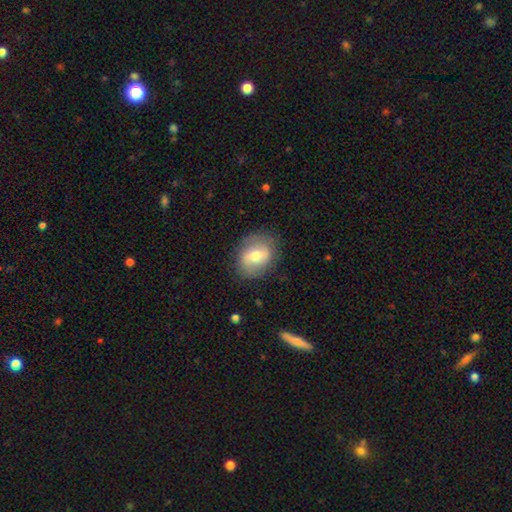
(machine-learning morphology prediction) Q: Smooth or featured?
A: smooth (53%); runner-up: featured or disk (40%)
Q: How rounded?
A: in between (54%); runner-up: round (44%)
Q: Merging?
A: none (79%); runner-up: minor disturbance (15%)